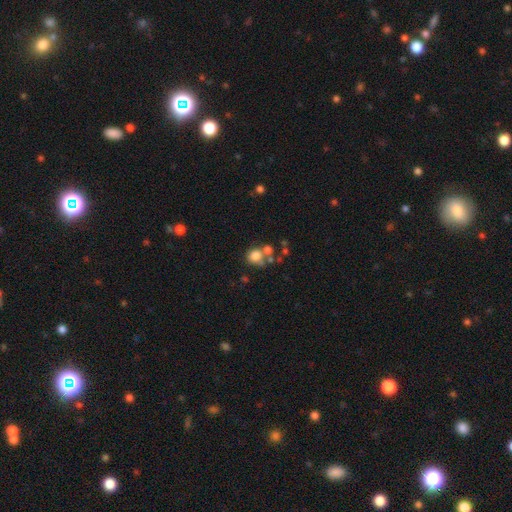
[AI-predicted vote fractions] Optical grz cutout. It shows a smooth galaxy with no disk features (75%) that is round (79%). Merging: none (48%).